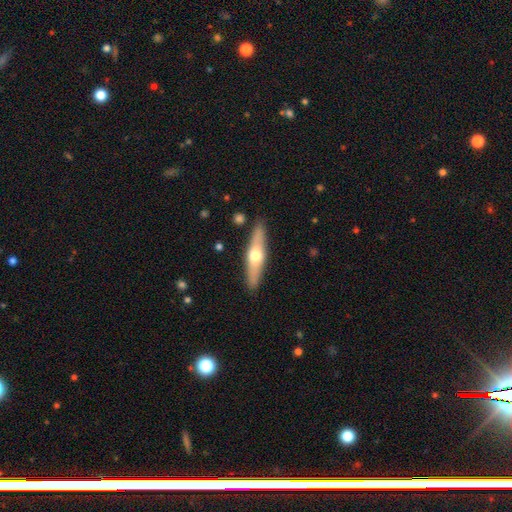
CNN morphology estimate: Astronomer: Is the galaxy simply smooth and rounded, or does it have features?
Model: featured or disk — 52% (runner-up: smooth, 43%).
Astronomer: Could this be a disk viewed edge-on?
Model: yes — 89%.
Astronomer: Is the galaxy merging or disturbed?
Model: none — 89%.